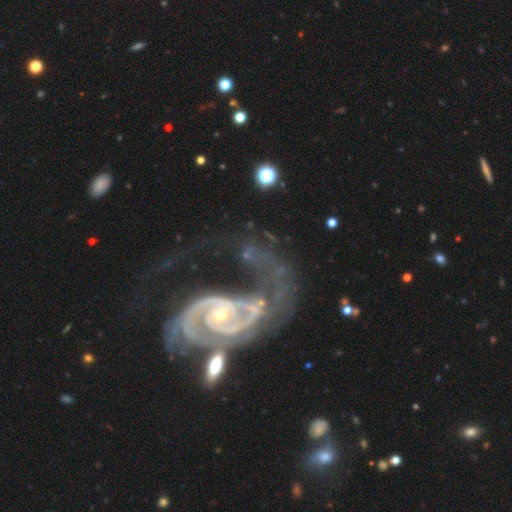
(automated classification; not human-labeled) Smooth or featured? featured or disk (92%)
Edge-on disk? no (98%)
Bar? no (58%)
Spiral arms? yes (97%)
Spiral winding? tight (44%)
Spiral arm count? 2 (79%)
Bulge size? small (63%)
Merging? major disturbance (37%)